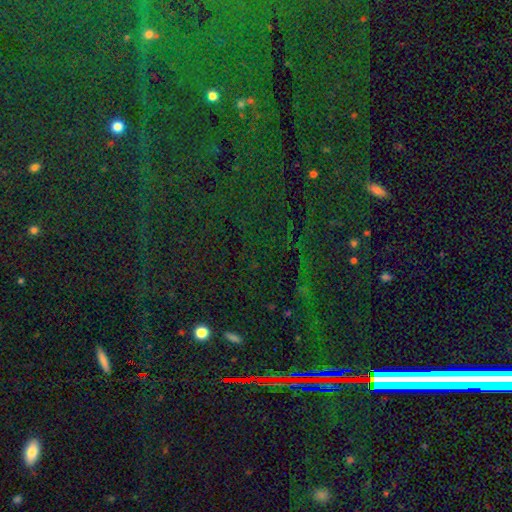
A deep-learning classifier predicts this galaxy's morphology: star or artifact 84%, smooth 10%, featured or disk 7%.